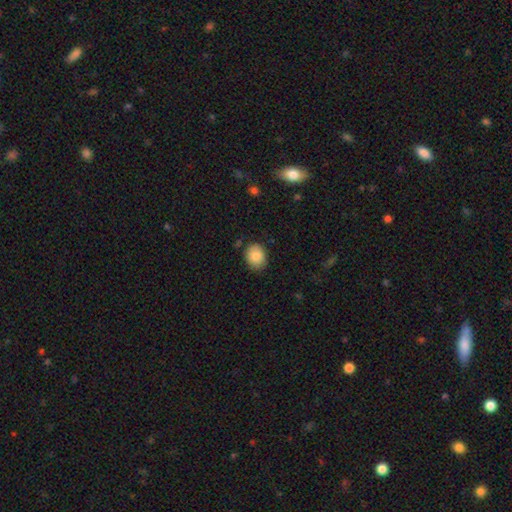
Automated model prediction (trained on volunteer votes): smooth 86%, star or artifact 8%, featured or disk 6%. Down the decision tree: how rounded — in between (52%); merging — none (81%).